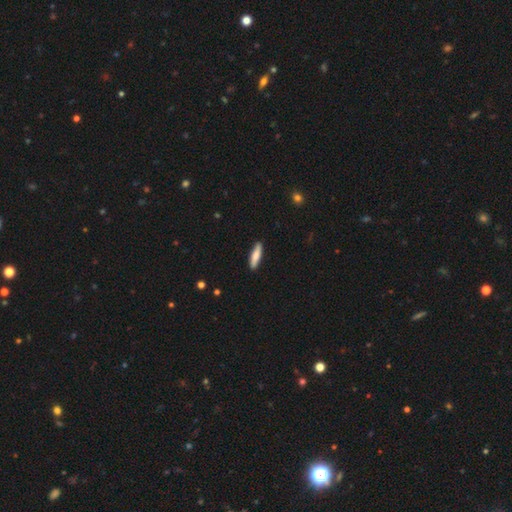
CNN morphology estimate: smooth_or_featured: smooth (p=0.76) [alt: featured or disk p=0.18]
how_rounded: cigar-shaped (p=0.76) [alt: in between p=0.22]
merging: none (p=0.88) [alt: minor disturbance p=0.09]